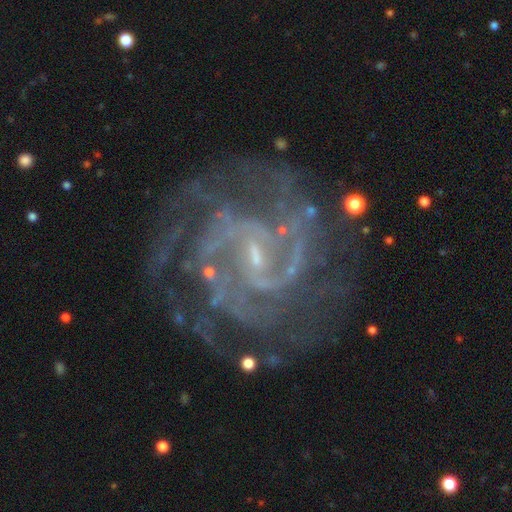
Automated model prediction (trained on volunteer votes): A featured or disk galaxy (90%) with a weak bar (51%), 2 (27%) tight (52%) spiral arms (97%) and a small central bulge (77%).

Vote fractions:
- Smooth or featured? featured or disk: 90% / star or artifact: 7% / smooth: 3%
- Edge-on disk? no: 98% / yes: 2%
- Bar? weak: 51% / no: 26% / strong: 22%
- Spiral arms? yes: 97% / no: 3%
- Spiral winding? tight: 52% / medium: 40% / loose: 7%
- Spiral arm count? 2: 27% / can't tell: 20% / 3: 19% / 4: 16% / more than 4: 9% / 1: 8%
- Bulge size? small: 77% / none: 11% / moderate: 10% / large: 1% / dominant: 1%
- Merging? none: 74% / minor disturbance: 15% / major disturbance: 10% / merger: 2%